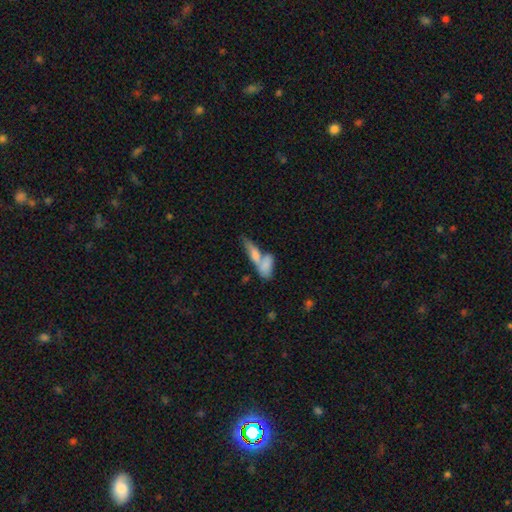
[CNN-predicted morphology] Smooth or featured? smooth (59%)
How rounded? in between (50%)
Merging? merger (60%)